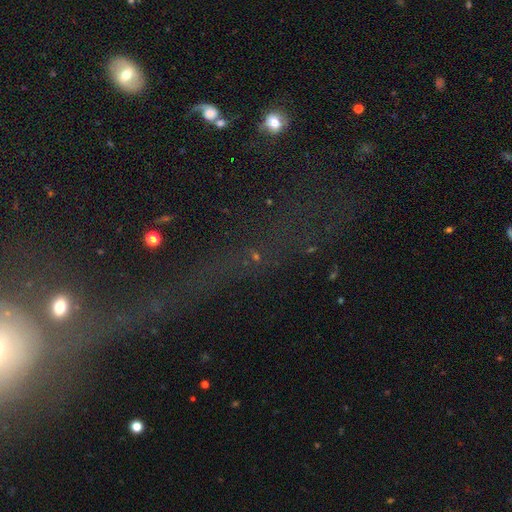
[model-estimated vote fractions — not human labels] Smooth or featured? star or artifact (53%)